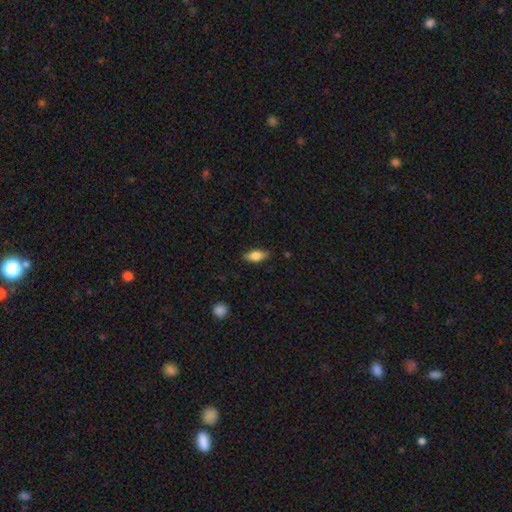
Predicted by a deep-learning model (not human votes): Q: Smooth or featured?
A: smooth (75%); runner-up: featured or disk (18%)
Q: How rounded?
A: in between (82%); runner-up: cigar-shaped (14%)
Q: Merging?
A: none (83%); runner-up: minor disturbance (13%)